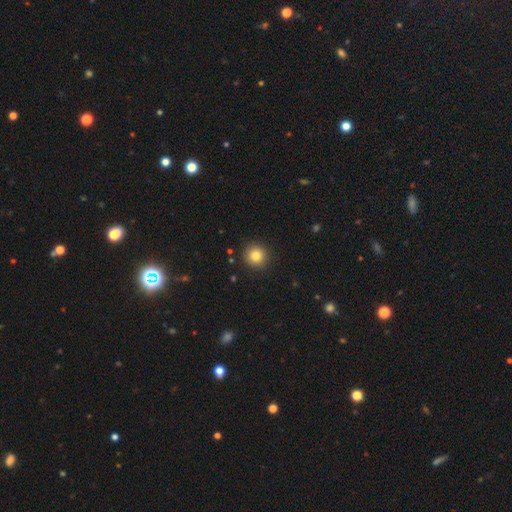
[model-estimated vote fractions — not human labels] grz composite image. It shows a smooth galaxy with no disk features (82%) that is round (94%). Merging: none (91%).